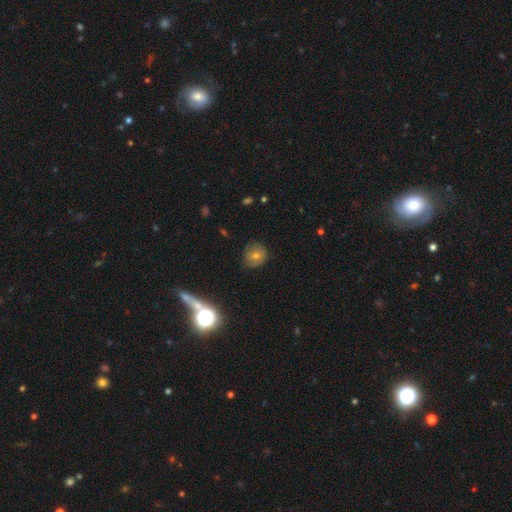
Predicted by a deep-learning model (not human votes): A smooth galaxy with no disk features (58%) that is round (86%). Merging: none (80%).